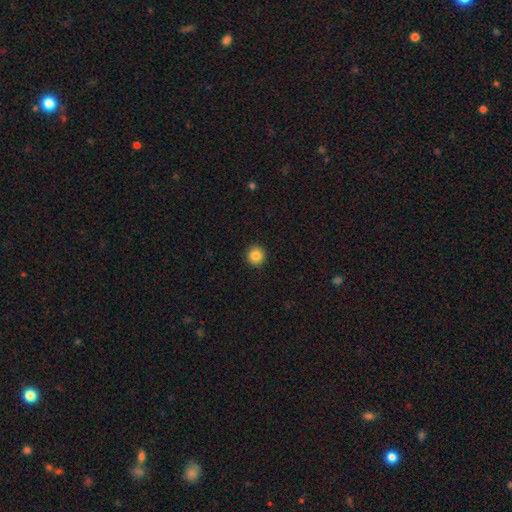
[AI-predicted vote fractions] A smooth galaxy with no disk features (85%) that is round (94%).

Vote fractions:
- Smooth or featured? smooth: 85% / star or artifact: 10% / featured or disk: 5%
- How rounded? round: 94% / in between: 5% / cigar-shaped: 1%
- Merging? none: 93% / minor disturbance: 5% / major disturbance: 2% / merger: 1%